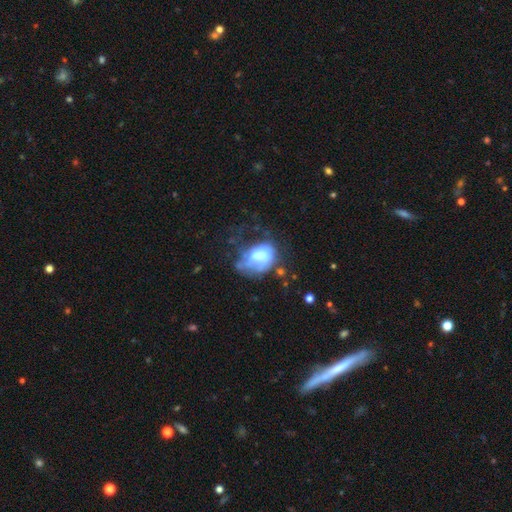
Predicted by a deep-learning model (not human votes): Morphology: type=smooth (49%); merging=major disturbance (40%).